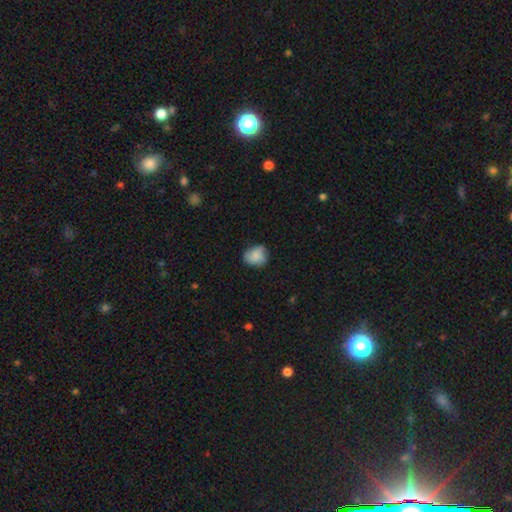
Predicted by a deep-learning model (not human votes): Smooth or featured?
  - smooth: 72% *
  - featured or disk: 19%
  - star or artifact: 8%
How rounded?
  - round: 56% *
  - in between: 43%
  - cigar-shaped: 1%
Merging?
  - none: 65% *
  - minor disturbance: 27%
  - major disturbance: 7%
  - merger: 2%